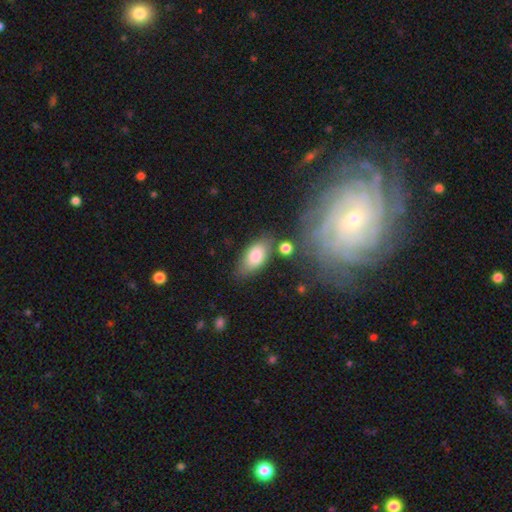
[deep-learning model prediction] Smooth or featured?
  - smooth: 81% *
  - featured or disk: 12%
  - star or artifact: 7%
How rounded?
  - in between: 90% *
  - cigar-shaped: 6%
  - round: 4%
Merging?
  - none: 68% *
  - minor disturbance: 19%
  - merger: 8%
  - major disturbance: 5%